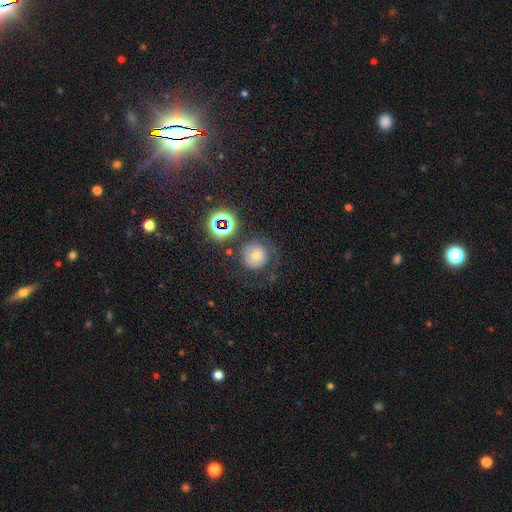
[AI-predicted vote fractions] Smooth or featured? Predicted: smooth (p=0.62). How rounded? Predicted: round (p=0.92). Merging? Predicted: none (p=0.56).